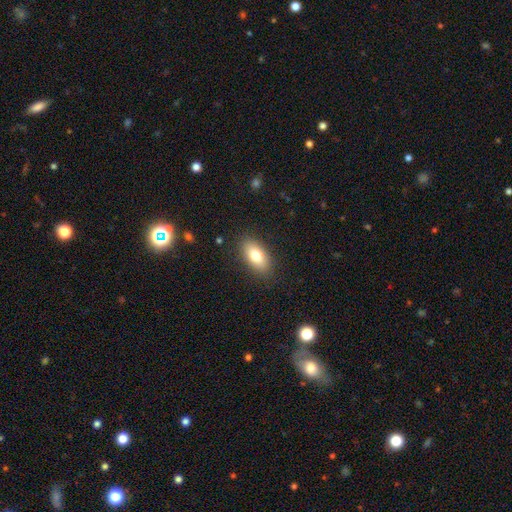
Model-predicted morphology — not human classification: smooth-or-featured: smooth: 78% | featured or disk: 14% | star or artifact: 8%
  how-rounded: in between: 91% | cigar-shaped: 5% | round: 4%
  merging: none: 87% | minor disturbance: 10% | major disturbance: 3% | merger: 1%